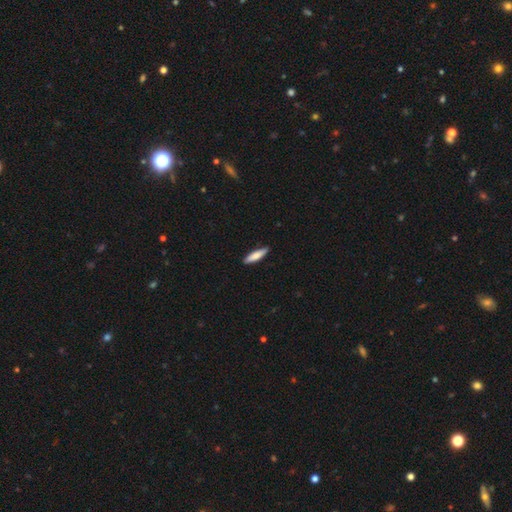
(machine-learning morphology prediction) Overall: smooth (78%). How rounded: cigar-shaped (73%). Merging: none (88%).